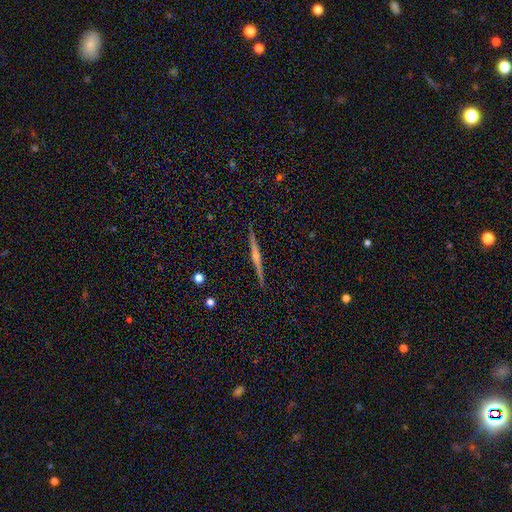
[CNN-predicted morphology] A featured or disk galaxy (74%) viewed edge-on (97%) with a rounded central bulge (76%).

Vote fractions:
- Smooth or featured? featured or disk: 74% / smooth: 16% / star or artifact: 11%
- Edge-on disk? yes: 97% / no: 3%
- Edge-on bulge? rounded: 76% / none: 16% / boxy: 8%
- Merging? none: 91% / minor disturbance: 6% / major disturbance: 2% / merger: 1%